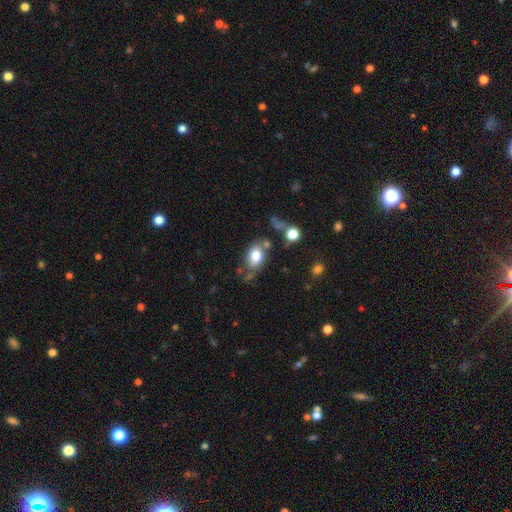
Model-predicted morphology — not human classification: smooth-or-featured: smooth: 77% | featured or disk: 14% | star or artifact: 9%
  how-rounded: in between: 79% | round: 20% | cigar-shaped: 2%
  merging: none: 56% | minor disturbance: 19% | merger: 15% | major disturbance: 10%